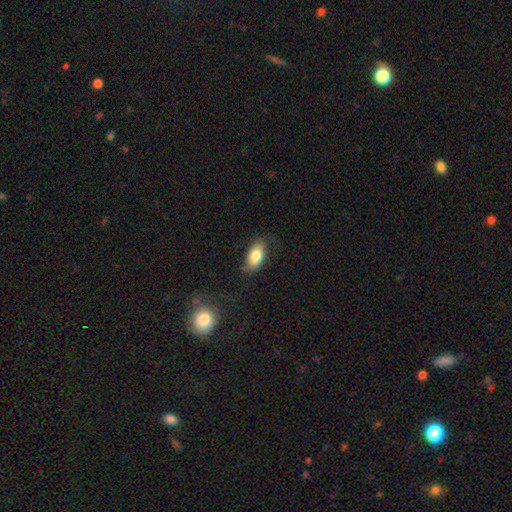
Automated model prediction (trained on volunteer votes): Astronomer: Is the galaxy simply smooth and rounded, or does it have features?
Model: smooth — 81%.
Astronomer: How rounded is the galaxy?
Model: in between — 91%.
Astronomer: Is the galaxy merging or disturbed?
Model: none — 74%.